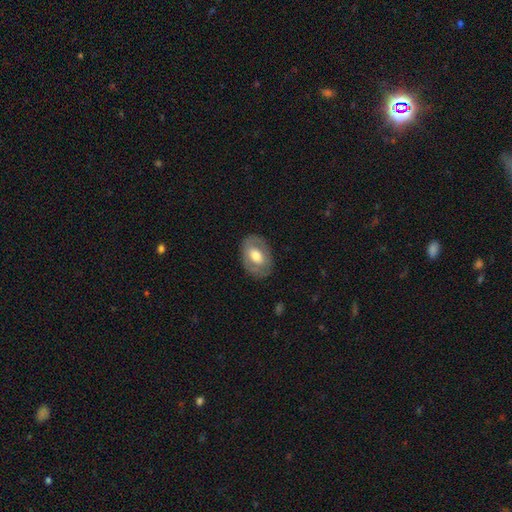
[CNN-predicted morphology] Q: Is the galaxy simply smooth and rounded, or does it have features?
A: smooth — 48%.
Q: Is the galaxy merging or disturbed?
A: none — 80%.